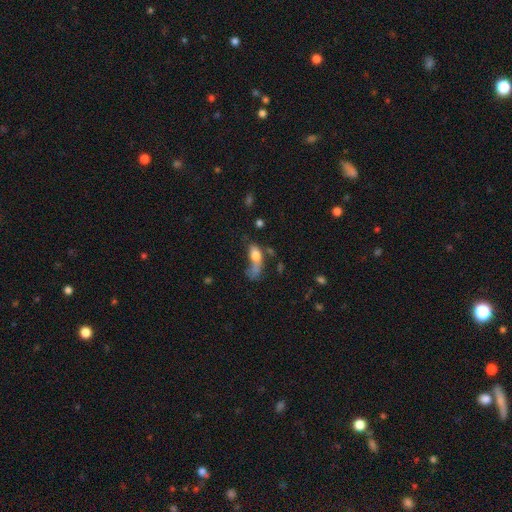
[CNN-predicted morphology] smooth-or-featured: smooth: 68% | featured or disk: 21% | star or artifact: 11%
  how-rounded: in between: 72% | cigar-shaped: 18% | round: 9%
  merging: major disturbance: 39% | merger: 25% | none: 21% | minor disturbance: 16%